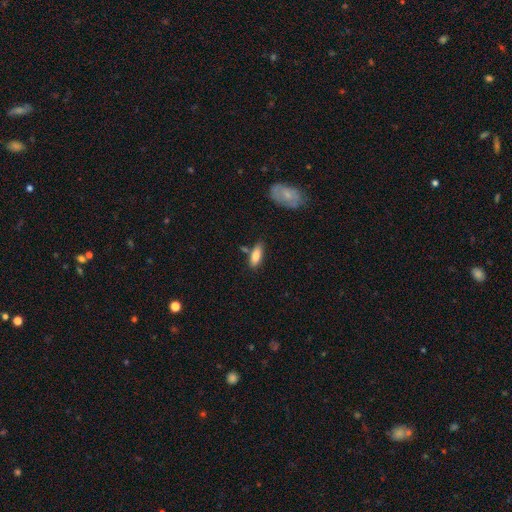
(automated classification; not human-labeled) A smooth galaxy with no disk features (80%) that is in between round and cigar-shaped (72%). Merging: none (71%).